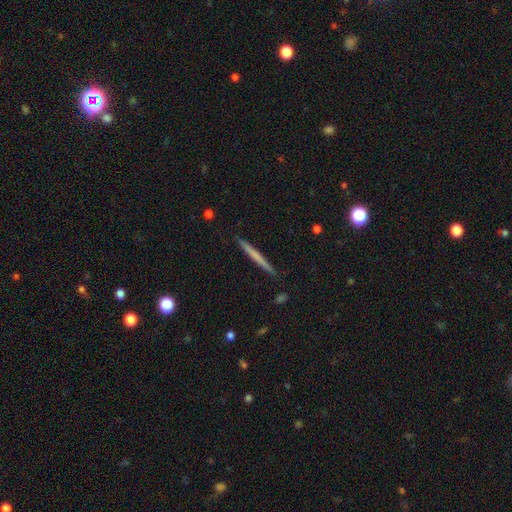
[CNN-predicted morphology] type=smooth (55%); roundness=cigar-shaped (97%); merging=none (92%).